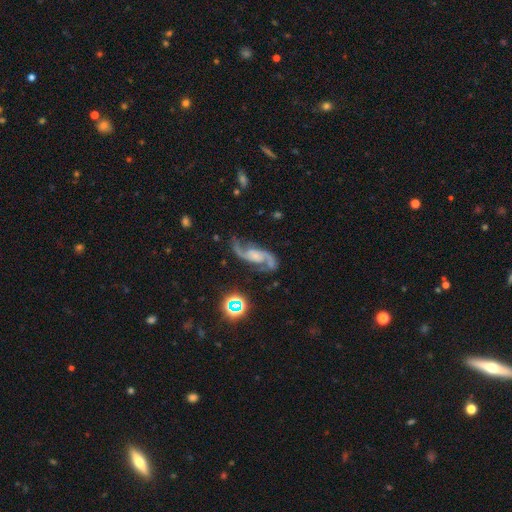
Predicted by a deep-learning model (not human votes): Overall: featured or disk (88%). Edge-on disk: no (96%). Bar: no (50%; weak 37%). Spiral arms: yes (98%). Spiral arm count: 2 (93%). Spiral winding: loose (56%; medium 36%). Bulge size: small (39%; none 27%). Merging: none (71%).